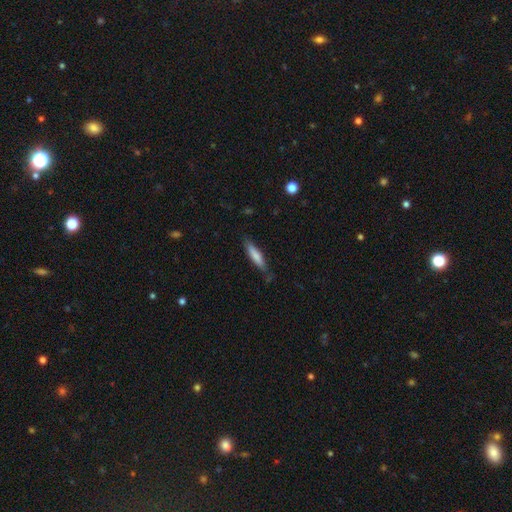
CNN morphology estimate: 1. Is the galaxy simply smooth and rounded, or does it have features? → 77% smooth, 18% featured or disk, 6% star or artifact.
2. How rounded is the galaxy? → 81% cigar-shaped, 17% in between, 1% round.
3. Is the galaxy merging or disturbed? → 76% none, 18% minor disturbance, 4% major disturbance, 2% merger.